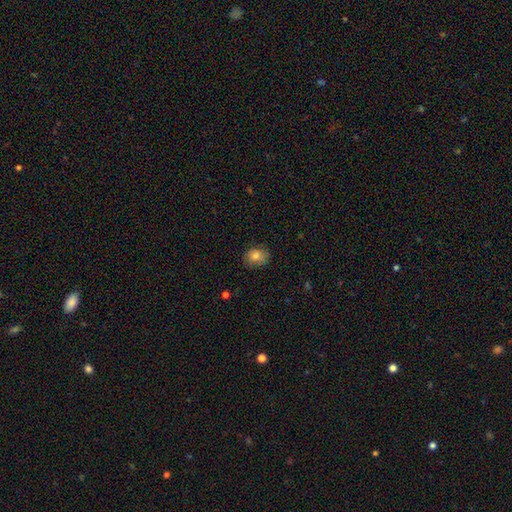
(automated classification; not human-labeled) Smooth or featured: smooth — 80% (featured or disk — 11%)
How rounded: round — 56% (in between — 43%)
Merging: none — 77% (minor disturbance — 18%)